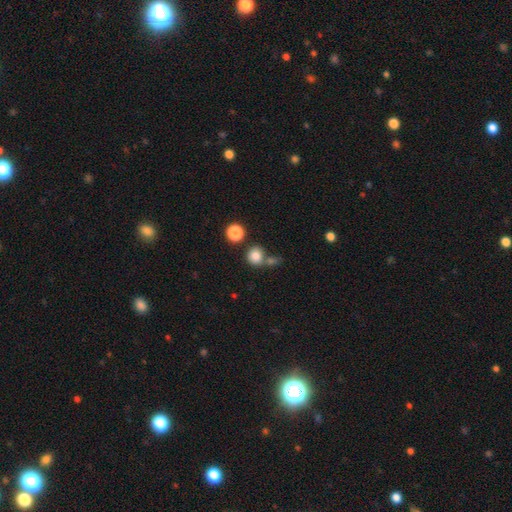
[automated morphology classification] smooth 81%, star or artifact 12%, featured or disk 7%. Down the decision tree: how rounded — round (86%); merging — none (62%).